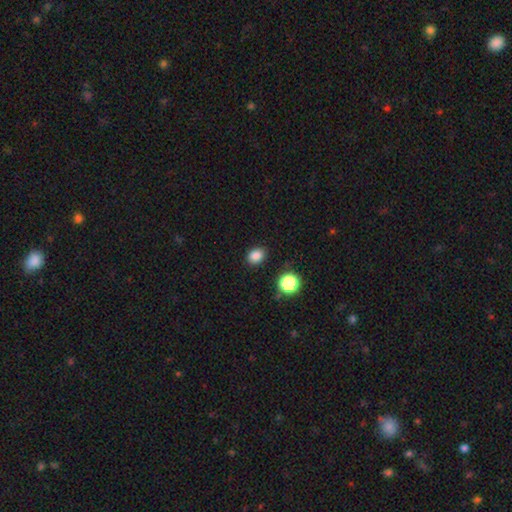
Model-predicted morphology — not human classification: Smooth or featured? Predicted: smooth (p=0.85). How rounded? Predicted: in between (p=0.59). Merging? Predicted: none (p=0.88).